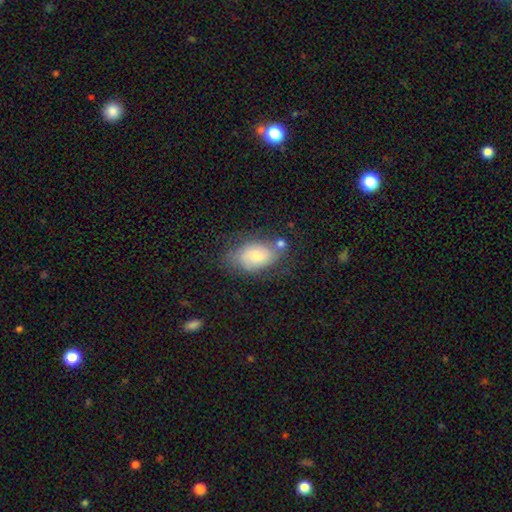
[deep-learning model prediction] Smooth or featured? smooth (56%)
How rounded? in between (87%)
Merging? none (54%)